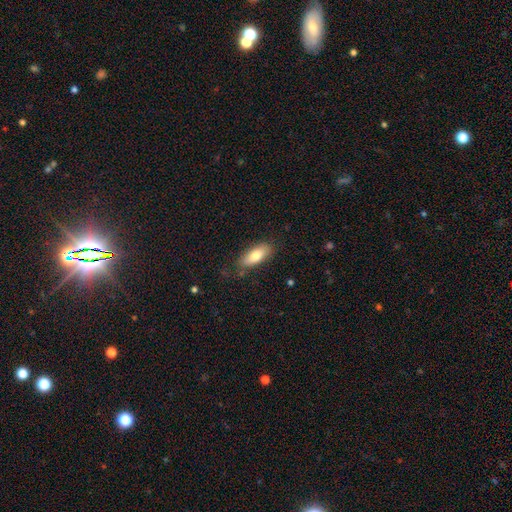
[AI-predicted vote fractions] A smooth galaxy with no disk features (78%) that is in between round and cigar-shaped (79%). Merging: none (77%).